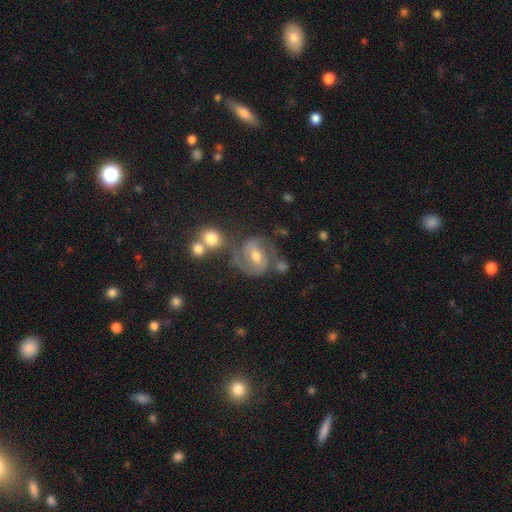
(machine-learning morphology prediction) Smooth or featured? Predicted: featured or disk (p=0.74). Edge-on disk? Predicted: no (p=0.97). Bar? Predicted: weak (p=0.43). Spiral arms? Predicted: yes (p=0.90). Spiral winding? Predicted: medium (p=0.50). Spiral arm count? Predicted: 2 (p=0.81). Bulge size? Predicted: moderate (p=0.65). Merging? Predicted: none (p=0.61).